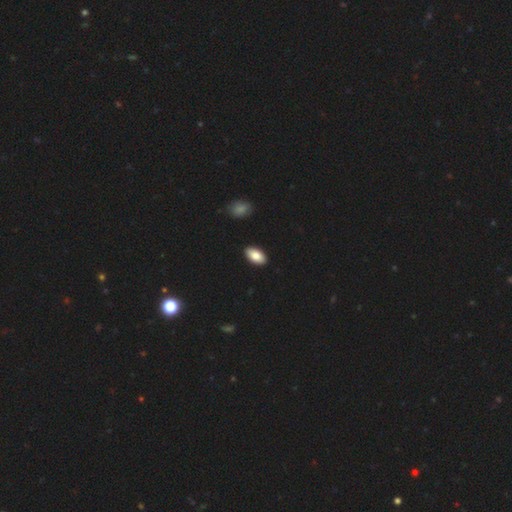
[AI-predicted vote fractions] This is clearly a smooth galaxy (86%). How rounded: clearly in between (95%). Merging: clearly none (90%).